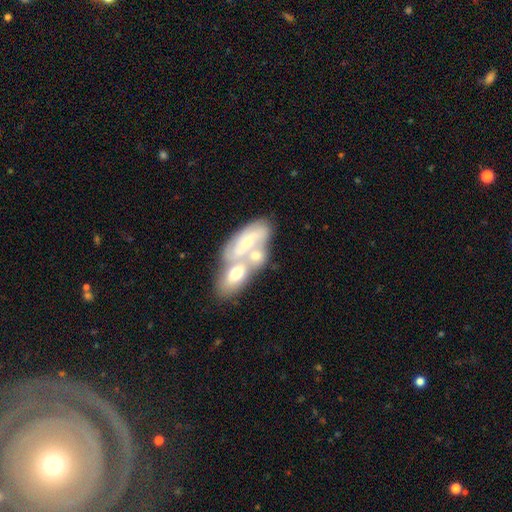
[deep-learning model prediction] A featured or disk galaxy (48%).

Vote fractions:
- Smooth or featured? featured or disk: 48% / smooth: 45% / star or artifact: 7%
- Merging? merger: 63% / none: 21% / minor disturbance: 10% / major disturbance: 5%